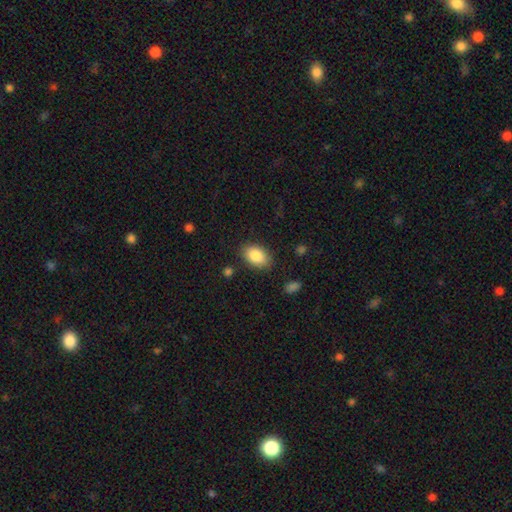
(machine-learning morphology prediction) smooth-or-featured: smooth: 87% | star or artifact: 7% | featured or disk: 6%
  how-rounded: in between: 87% | round: 12% | cigar-shaped: 1%
  merging: none: 83% | minor disturbance: 12% | major disturbance: 3% | merger: 2%